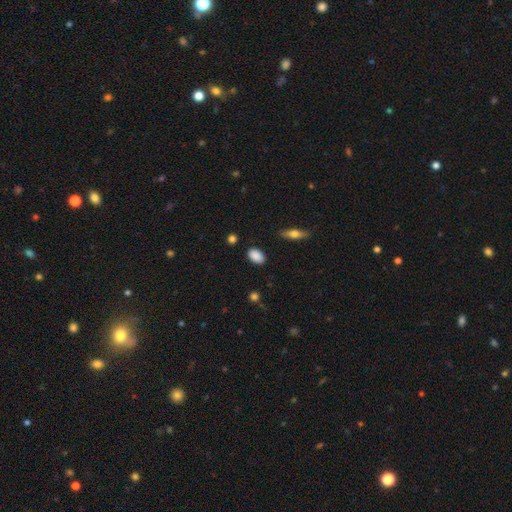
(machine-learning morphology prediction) type=smooth (88%); roundness=in between (89%); merging=none (86%).